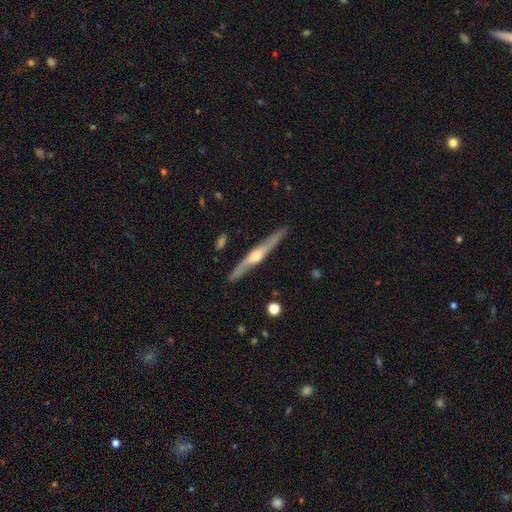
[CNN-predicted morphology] Smooth or featured?
  - featured or disk: 75% *
  - smooth: 20%
  - star or artifact: 5%
Edge-on disk?
  - yes: 97% *
  - no: 3%
Edge-on bulge?
  - rounded: 91% *
  - none: 6%
  - boxy: 4%
Merging?
  - none: 88% *
  - minor disturbance: 9%
  - major disturbance: 2%
  - merger: 2%